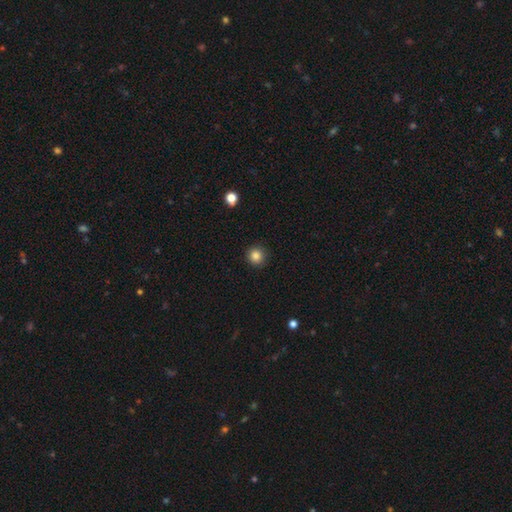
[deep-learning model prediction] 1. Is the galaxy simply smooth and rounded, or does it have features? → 85% smooth, 11% star or artifact, 4% featured or disk.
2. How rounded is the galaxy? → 94% round, 5% in between, 1% cigar-shaped.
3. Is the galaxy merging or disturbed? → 91% none, 6% minor disturbance, 2% major disturbance, 1% merger.